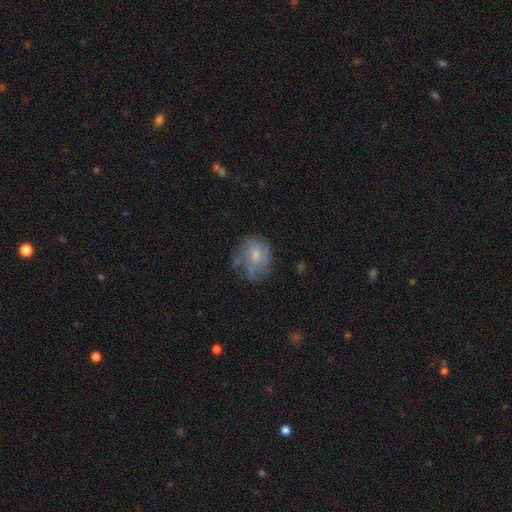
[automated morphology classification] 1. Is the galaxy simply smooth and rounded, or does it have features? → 48% featured or disk, 43% smooth, 9% star or artifact.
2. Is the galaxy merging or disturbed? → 51% none, 28% minor disturbance, 18% major disturbance, 4% merger.